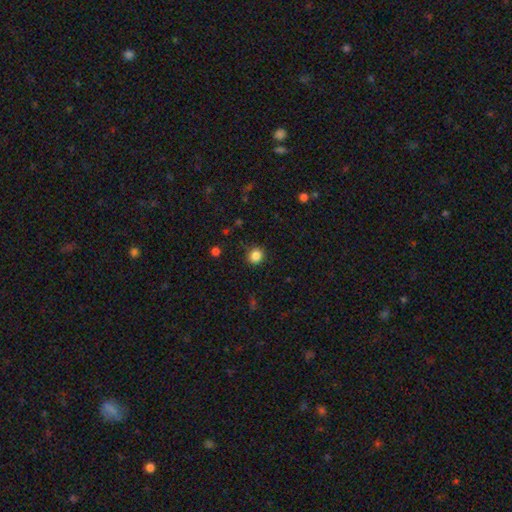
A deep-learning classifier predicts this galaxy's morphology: Smooth or featured? Predicted: smooth (p=0.85). How rounded? Predicted: round (p=0.84). Merging? Predicted: none (p=0.87).